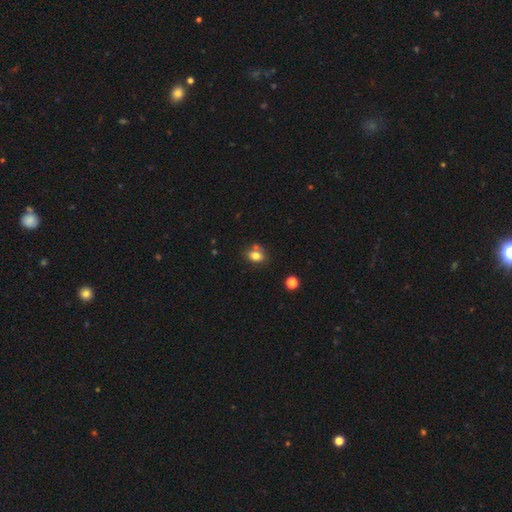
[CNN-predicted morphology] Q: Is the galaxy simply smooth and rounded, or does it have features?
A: smooth — 78%.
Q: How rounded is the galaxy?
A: in between — 59%.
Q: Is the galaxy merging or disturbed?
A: none — 61%.